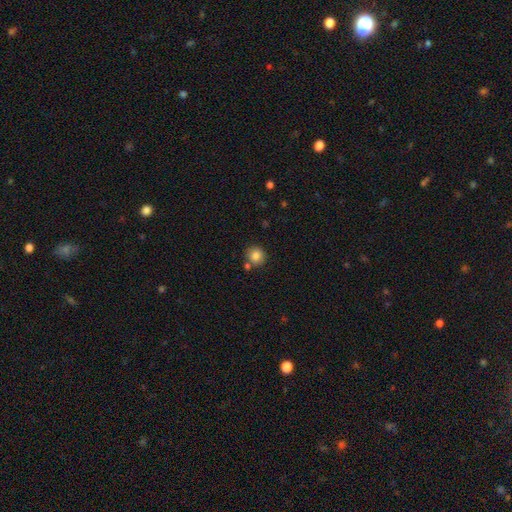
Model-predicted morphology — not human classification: This appears to be a smooth galaxy with no disk features (84%) that is round (87%). Merging: none (74%).